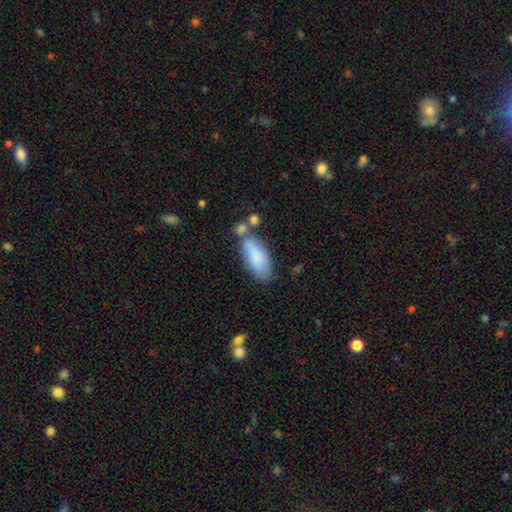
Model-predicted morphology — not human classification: smooth-or-featured: smooth: 80% | featured or disk: 13% | star or artifact: 7%
  how-rounded: in between: 81% | cigar-shaped: 17% | round: 2%
  merging: none: 57% | minor disturbance: 22% | merger: 15% | major disturbance: 6%